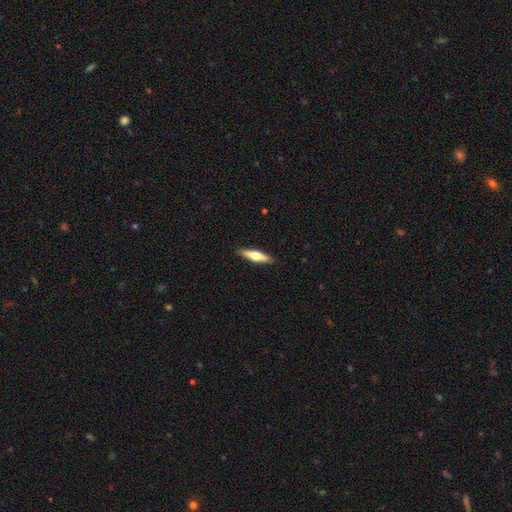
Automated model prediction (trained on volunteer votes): smooth-or-featured: smooth: 51% | featured or disk: 44% | star or artifact: 6%
  how-rounded: cigar-shaped: 70% | in between: 28% | round: 2%
  merging: none: 90% | minor disturbance: 7% | major disturbance: 2% | merger: 1%